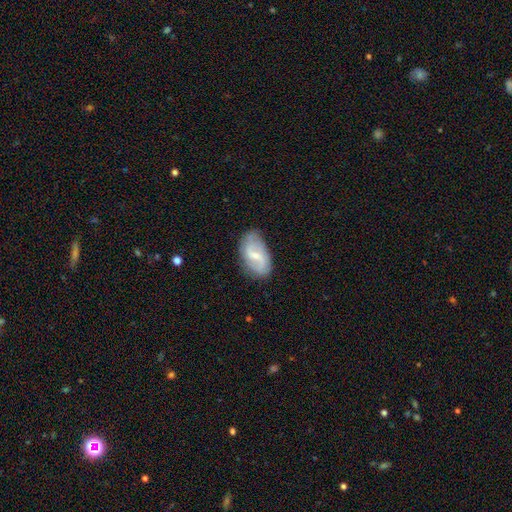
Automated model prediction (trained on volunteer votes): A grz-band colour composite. It shows a featured or disk galaxy (68%) with a weak bar (60%), 2 (82%) loose (48%) spiral arms (86%) and a small central bulge (60%). Merging: none (74%).